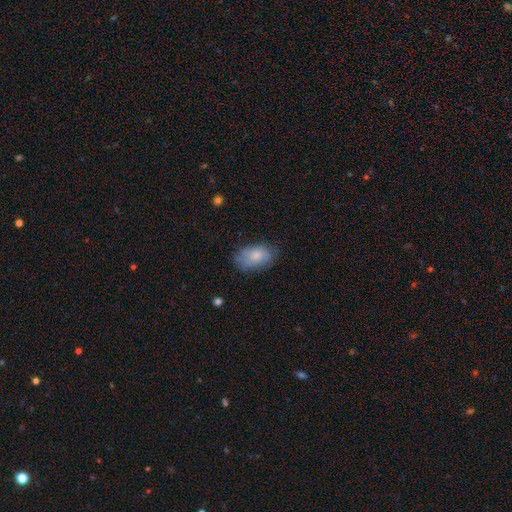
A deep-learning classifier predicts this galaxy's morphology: smooth_or_featured: smooth (p=0.67) [alt: featured or disk p=0.25]
how_rounded: in between (p=0.87) [alt: round p=0.12]
merging: none (p=0.61) [alt: minor disturbance p=0.26]